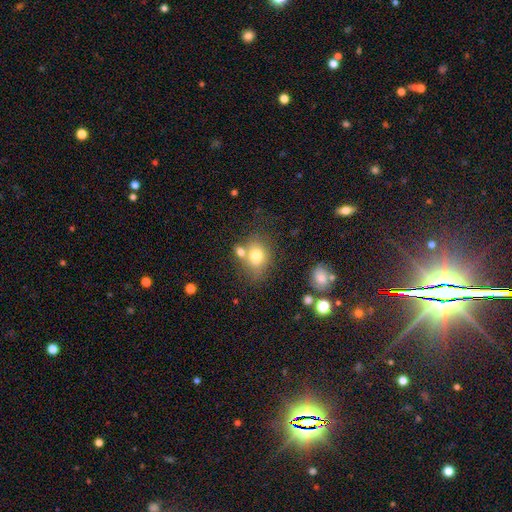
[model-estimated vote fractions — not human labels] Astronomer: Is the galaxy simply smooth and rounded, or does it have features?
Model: smooth — 74%.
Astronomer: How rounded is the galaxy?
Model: in between — 52% (runner-up: round, 47%).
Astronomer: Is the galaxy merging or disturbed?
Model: none — 52%.